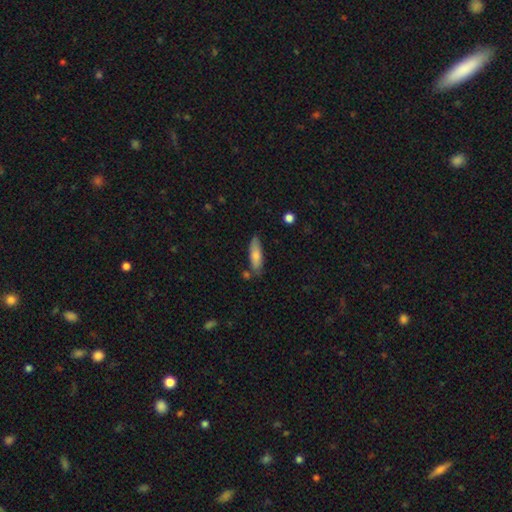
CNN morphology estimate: A smooth galaxy with no disk features (78%) that is cigar-shaped (51%).

Vote fractions:
- Smooth or featured? smooth: 78% / featured or disk: 16% / star or artifact: 6%
- How rounded? cigar-shaped: 51% / in between: 47% / round: 2%
- Merging? none: 71% / minor disturbance: 19% / merger: 6% / major disturbance: 4%